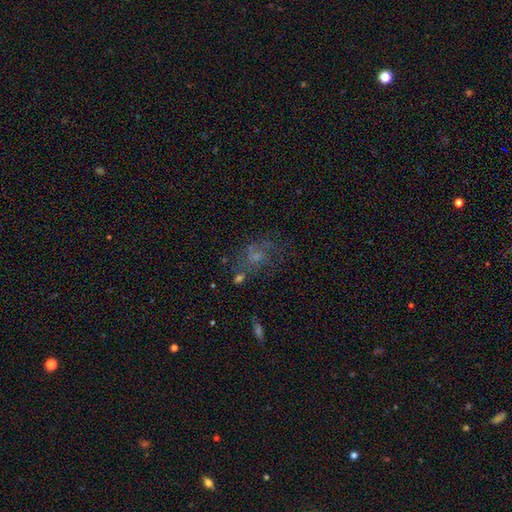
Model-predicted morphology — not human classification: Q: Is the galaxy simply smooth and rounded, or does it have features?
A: featured or disk — 46%.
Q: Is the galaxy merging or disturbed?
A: none — 49%.